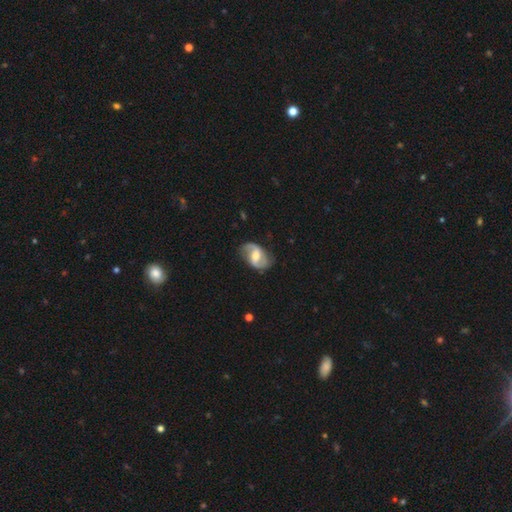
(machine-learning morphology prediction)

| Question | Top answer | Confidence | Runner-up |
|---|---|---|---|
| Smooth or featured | featured or disk | 83% | smooth (12%) |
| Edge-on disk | no | 97% | yes (3%) |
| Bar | weak | 51% | strong (28%) |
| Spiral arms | yes | 94% | no (6%) |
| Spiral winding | medium | 47% | loose (37%) |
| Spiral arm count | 2 | 91% | can't tell (4%) |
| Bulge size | moderate | 57% | small (22%) |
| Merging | none | 76% | minor disturbance (17%) |